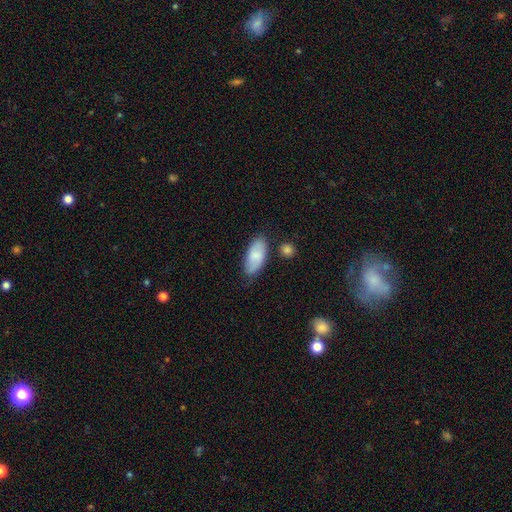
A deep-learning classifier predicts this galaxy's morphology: Overall: smooth (76%). How rounded: in between (89%). Merging: none (73%).